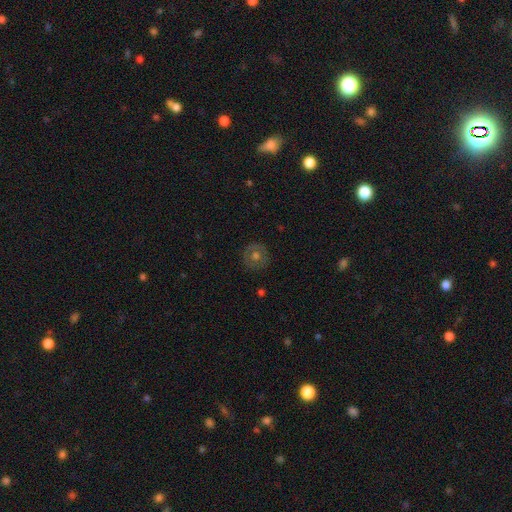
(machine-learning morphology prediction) Overall: smooth (49%; featured or disk 40%). Merging: none (86%).